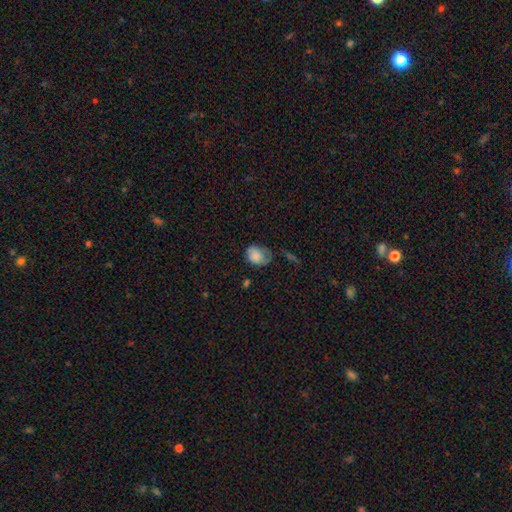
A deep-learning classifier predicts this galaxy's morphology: This appears to be a smooth galaxy with no disk features (76%) that is in between round and cigar-shaped (62%). Merging: none (41%).